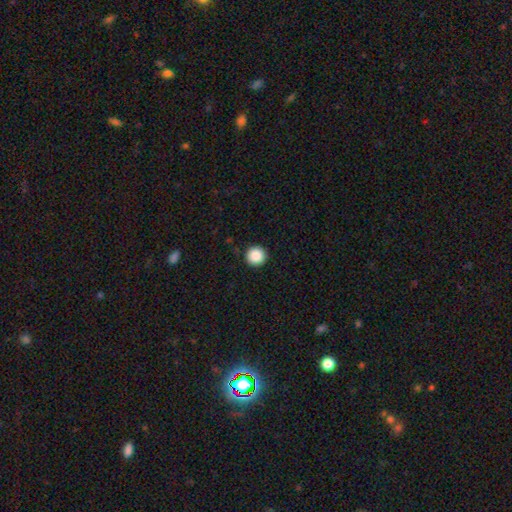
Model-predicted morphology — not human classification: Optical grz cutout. It shows a smooth galaxy with no disk features (88%) that is round (97%). Merging: none (93%).